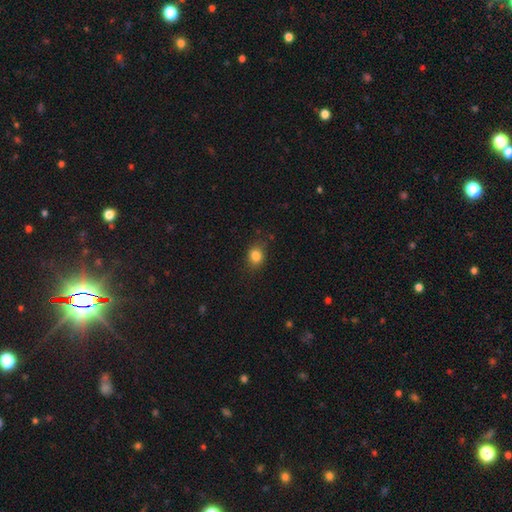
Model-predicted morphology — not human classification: type=smooth (83%); roundness=round (58%); merging=none (79%).